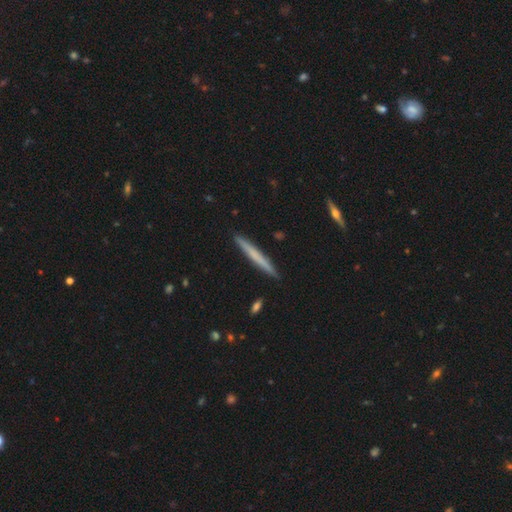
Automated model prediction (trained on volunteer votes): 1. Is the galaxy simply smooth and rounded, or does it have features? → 58% smooth, 37% featured or disk, 5% star or artifact.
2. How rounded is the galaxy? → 97% cigar-shaped, 2% in between, 1% round.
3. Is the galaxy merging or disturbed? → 92% none, 6% minor disturbance, 1% merger, 1% major disturbance.